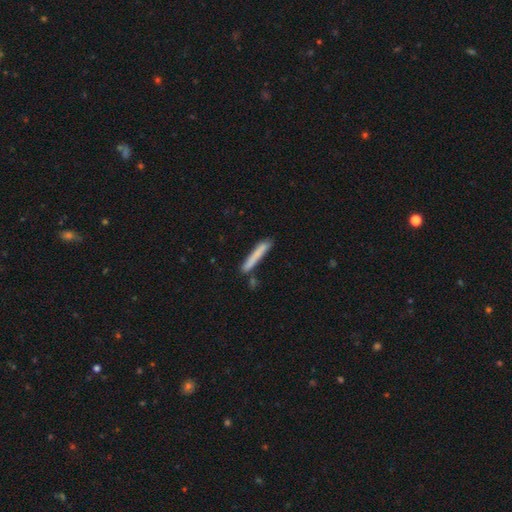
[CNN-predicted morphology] Q: Smooth or featured?
A: smooth (75%); runner-up: featured or disk (19%)
Q: How rounded?
A: cigar-shaped (96%); runner-up: in between (3%)
Q: Merging?
A: none (77%); runner-up: minor disturbance (14%)